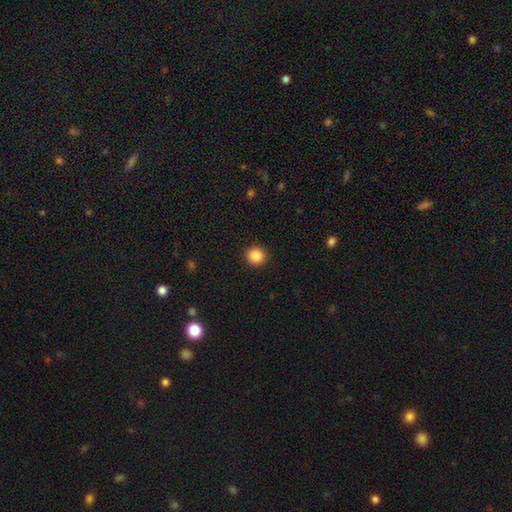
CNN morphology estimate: This appears to be a smooth galaxy with no disk features (85%) that is round (94%). Merging: none (93%).